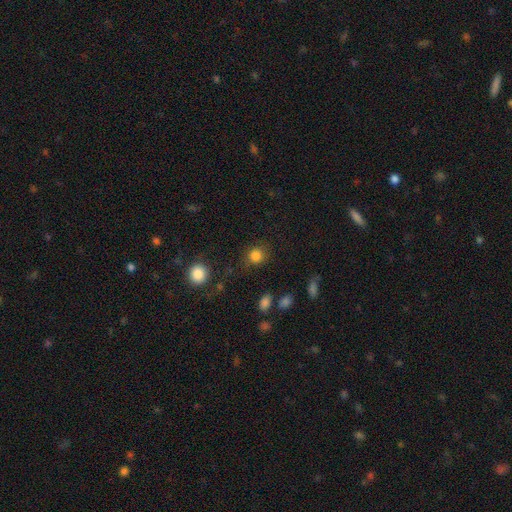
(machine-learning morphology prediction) This appears to be a smooth galaxy with no disk features (83%) that is round (86%). Merging: none (80%).